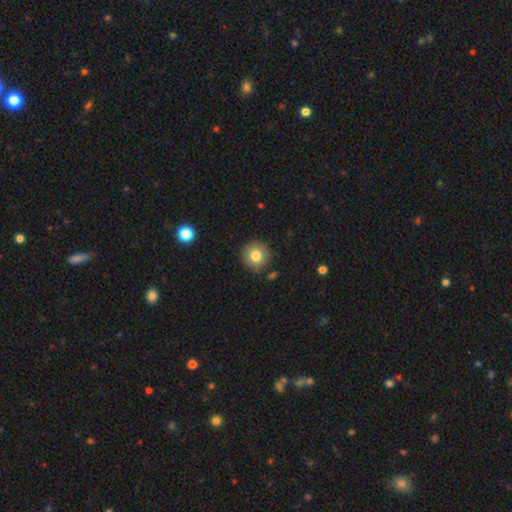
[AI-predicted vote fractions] Morphology: type=smooth (80%); roundness=round (93%); merging=none (87%).